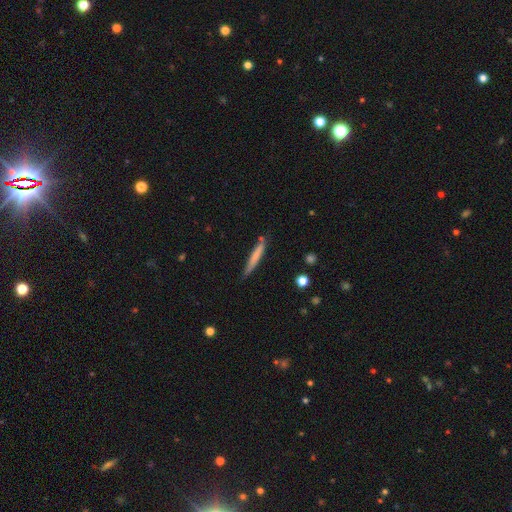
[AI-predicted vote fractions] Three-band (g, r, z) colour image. It shows a smooth galaxy with no disk features (67%) that is cigar-shaped (95%). Merging: none (74%).